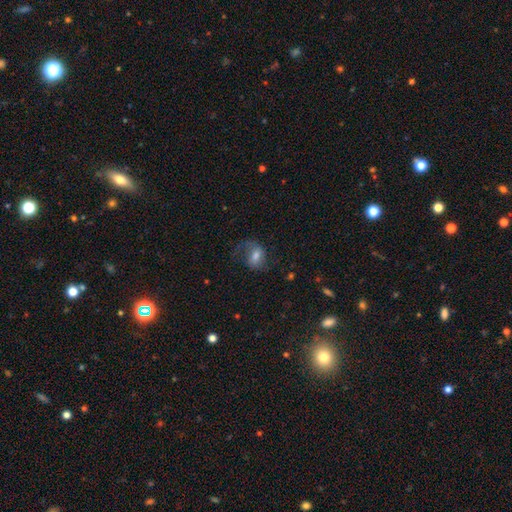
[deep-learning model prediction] This appears to be a featured or disk galaxy (47%). Merging: none (47%).